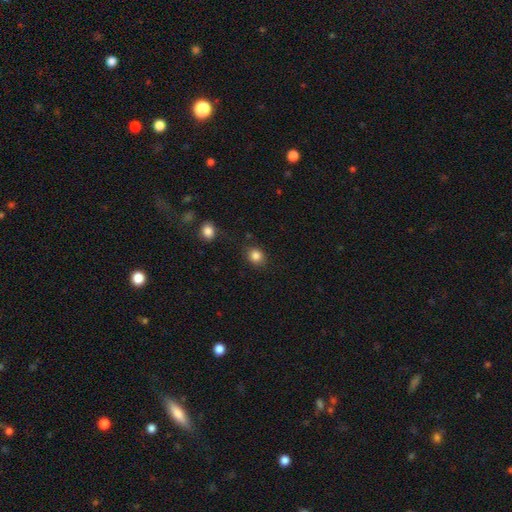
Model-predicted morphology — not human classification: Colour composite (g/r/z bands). It shows a smooth galaxy with no disk features (84%) that is round (66%). Merging: none (83%).